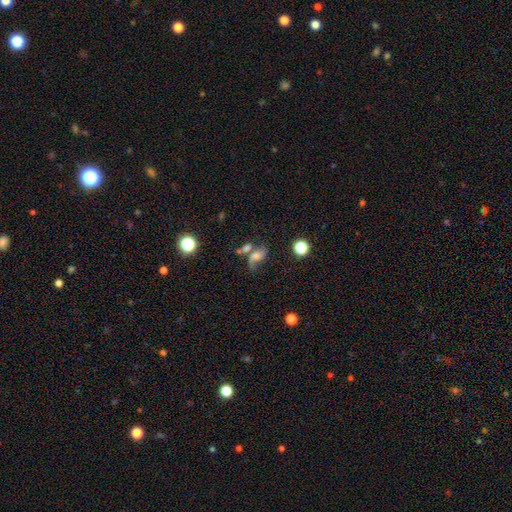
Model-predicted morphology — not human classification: smooth_or_featured: smooth (p=0.47) [alt: featured or disk p=0.34]
merging: merger (p=0.32) [alt: none p=0.31]